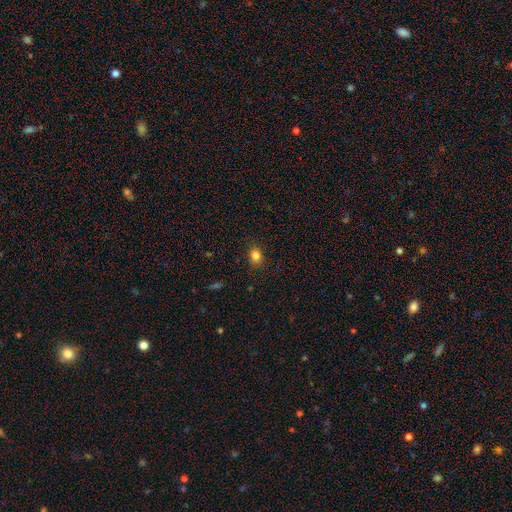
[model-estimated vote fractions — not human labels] This appears to be a smooth galaxy with no disk features (84%) that is in between round and cigar-shaped (51%). Merging: none (85%).